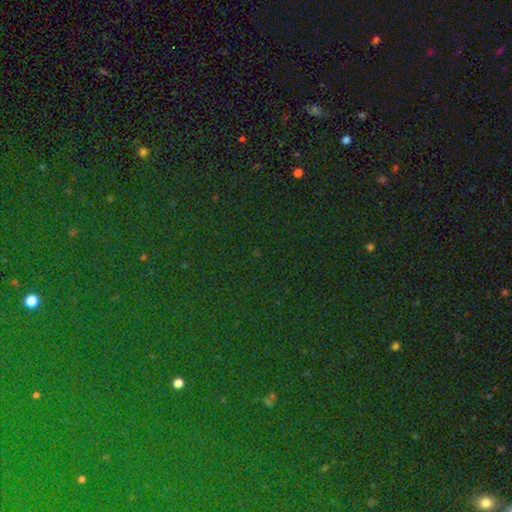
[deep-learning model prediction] A star or artifact, not a galaxy (83%).

Vote fractions:
- Smooth or featured? star or artifact: 83% / smooth: 9% / featured or disk: 8%